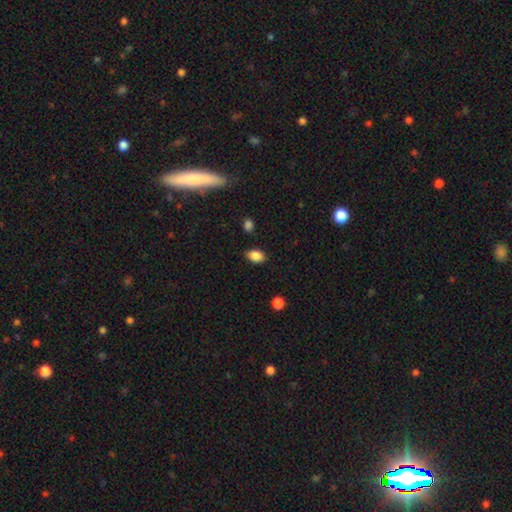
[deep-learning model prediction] Q: Smooth or featured?
A: smooth (86%); runner-up: star or artifact (9%)
Q: How rounded?
A: in between (80%); runner-up: round (19%)
Q: Merging?
A: none (83%); runner-up: minor disturbance (13%)